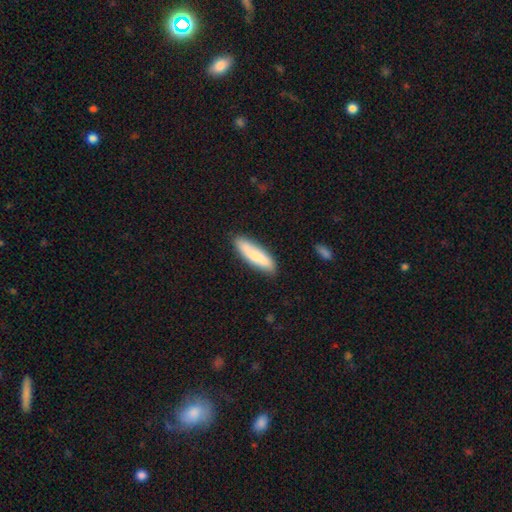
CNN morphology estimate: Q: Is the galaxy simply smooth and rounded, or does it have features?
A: smooth — 75%.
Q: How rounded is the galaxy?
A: cigar-shaped — 65%.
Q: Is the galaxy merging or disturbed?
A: none — 83%.